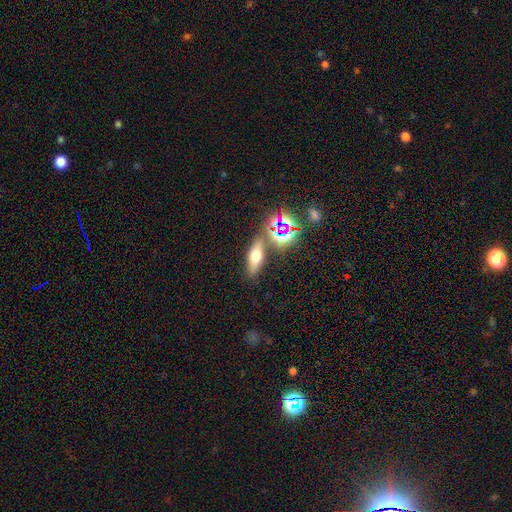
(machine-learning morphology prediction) Smooth or featured? Predicted: smooth (p=0.52). How rounded? Predicted: in between (p=0.54). Merging? Predicted: none (p=0.75).